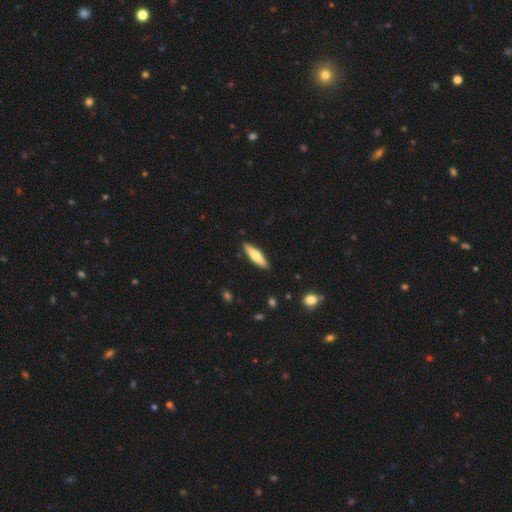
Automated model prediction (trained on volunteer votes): smooth 64%, featured or disk 31%, star or artifact 5%. Down the decision tree: how rounded — cigar-shaped (73%); merging — none (89%).